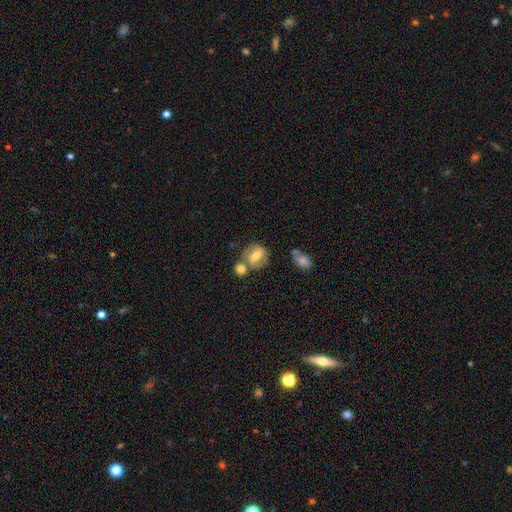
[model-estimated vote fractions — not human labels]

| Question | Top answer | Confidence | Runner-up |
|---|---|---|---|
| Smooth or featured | smooth | 49% | featured or disk (43%) |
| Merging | none | 56% | merger (24%) |